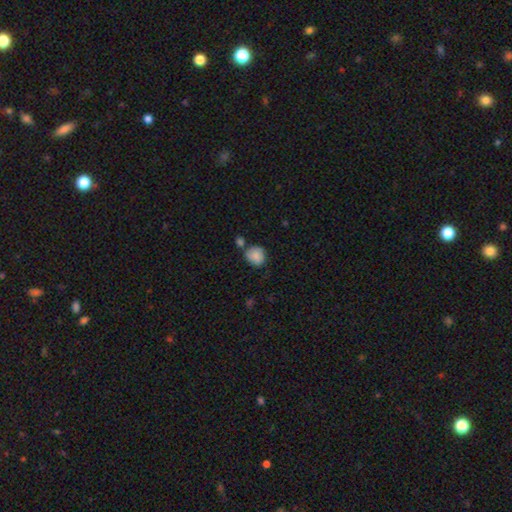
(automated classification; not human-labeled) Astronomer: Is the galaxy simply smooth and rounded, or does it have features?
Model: smooth — 86%.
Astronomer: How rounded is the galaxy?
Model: round — 78%.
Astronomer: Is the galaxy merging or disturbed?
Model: none — 60%.